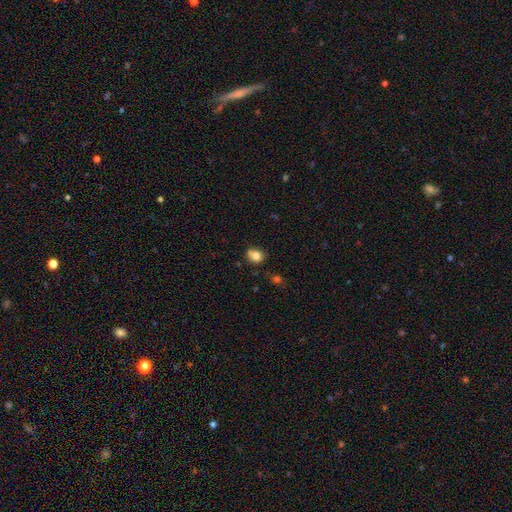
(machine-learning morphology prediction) smooth_or_featured: smooth (p=0.79) [alt: star or artifact p=0.11]
how_rounded: round (p=0.58) [alt: in between p=0.41]
merging: none (p=0.61) [alt: minor disturbance p=0.24]